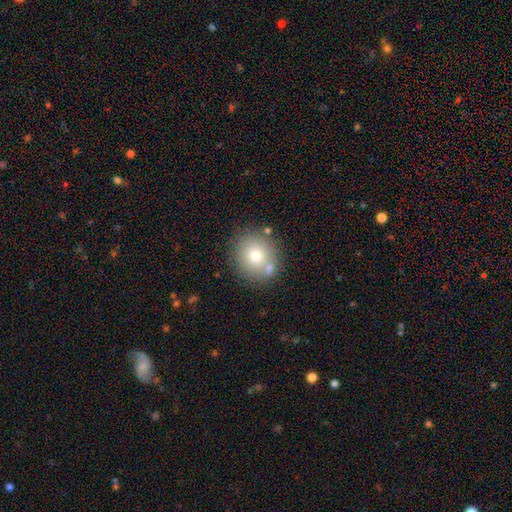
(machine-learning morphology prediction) Q: Smooth or featured?
A: smooth (74%); runner-up: featured or disk (15%)
Q: How rounded?
A: round (82%); runner-up: in between (18%)
Q: Merging?
A: none (73%); runner-up: merger (12%)